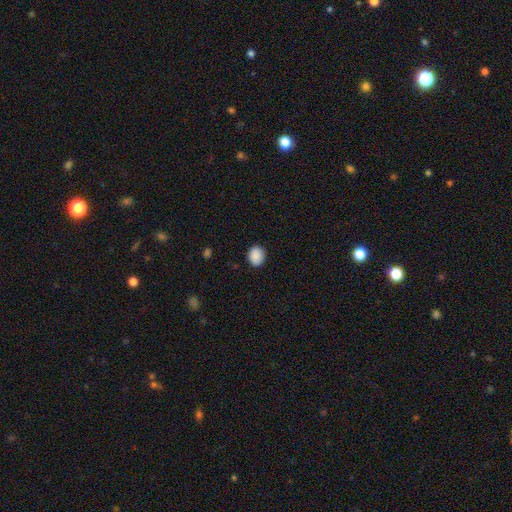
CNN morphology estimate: The model was most divided on "how rounded": round: 54%, in between: 45%, cigar-shaped: 1%. More confident: smooth or featured — smooth (89%); merging — none (88%).